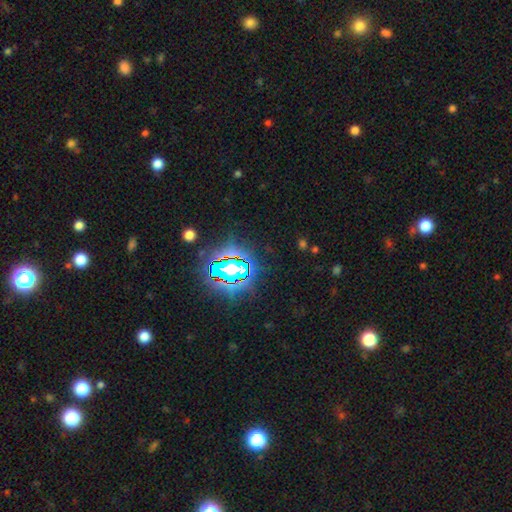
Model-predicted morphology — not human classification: Smooth or featured: star or artifact — 81% (smooth — 12%)